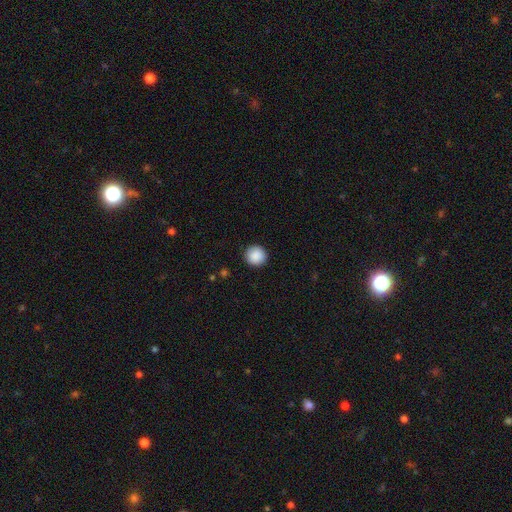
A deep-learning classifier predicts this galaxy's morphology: Overall: smooth (89%). How rounded: round (95%). Merging: none (91%).